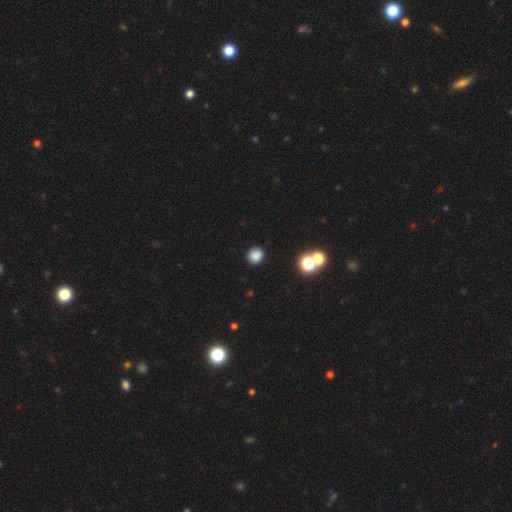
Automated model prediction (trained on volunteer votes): This is clearly a smooth galaxy (83%). How rounded: clearly round (87%). Merging: clearly none (90%).